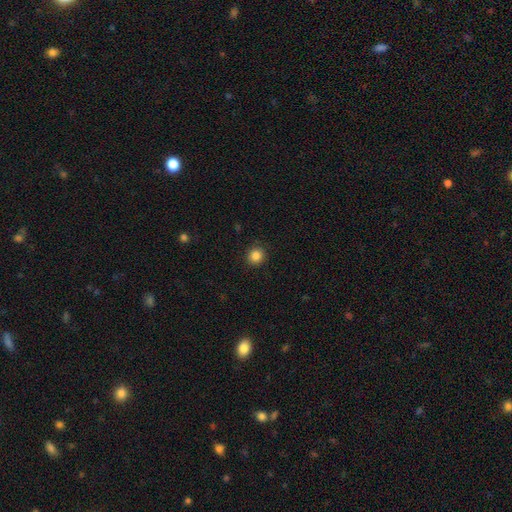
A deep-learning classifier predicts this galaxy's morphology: type=smooth (86%); roundness=round (92%); merging=none (91%).